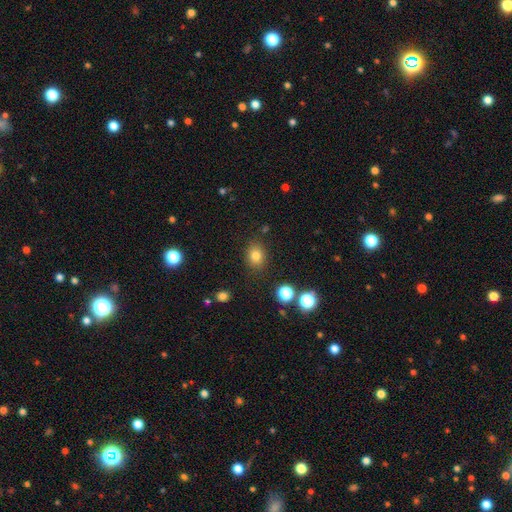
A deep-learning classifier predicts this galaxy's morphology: Smooth or featured: smooth — 79% (star or artifact — 14%)
How rounded: round — 53% (in between — 46%)
Merging: none — 85% (minor disturbance — 9%)